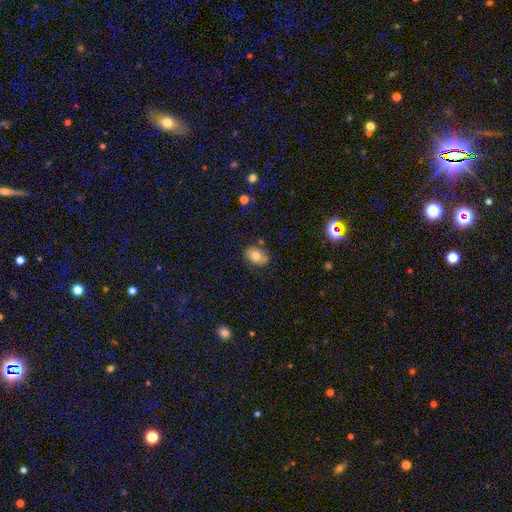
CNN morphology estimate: Smooth or featured? Predicted: smooth (p=0.75). How rounded? Predicted: in between (p=0.79). Merging? Predicted: none (p=0.73).